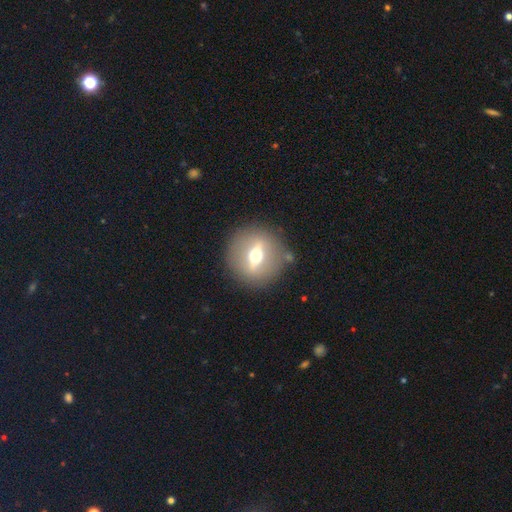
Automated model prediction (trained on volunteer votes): This is likely a featured or disk galaxy (63%). It is possibly not viewed edge-on (51%). Merging: clearly none (86%).